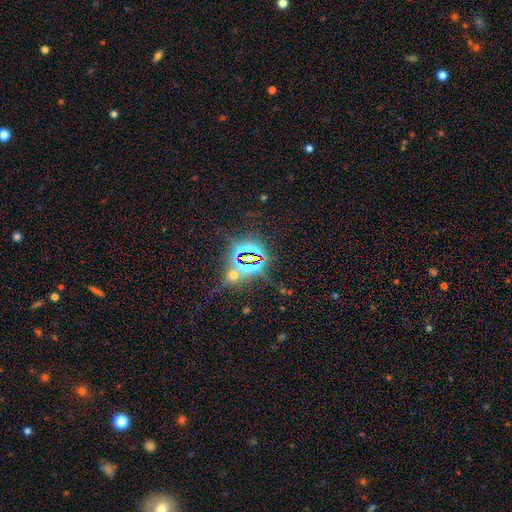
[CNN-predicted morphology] Smooth or featured? star or artifact (85%)